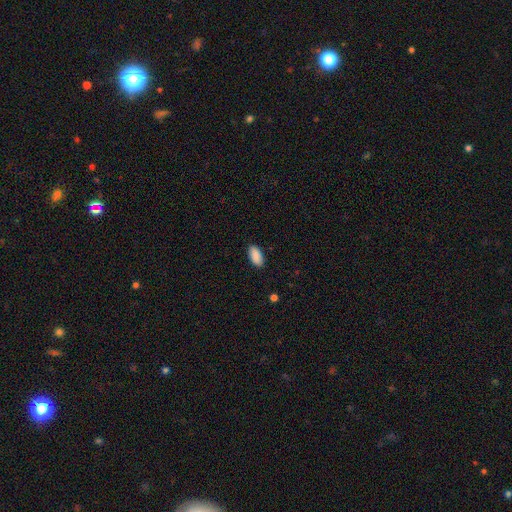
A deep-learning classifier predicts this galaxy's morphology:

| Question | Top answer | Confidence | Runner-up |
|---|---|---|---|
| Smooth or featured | smooth | 90% | star or artifact (6%) |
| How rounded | in between | 94% | cigar-shaped (4%) |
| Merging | none | 88% | minor disturbance (9%) |